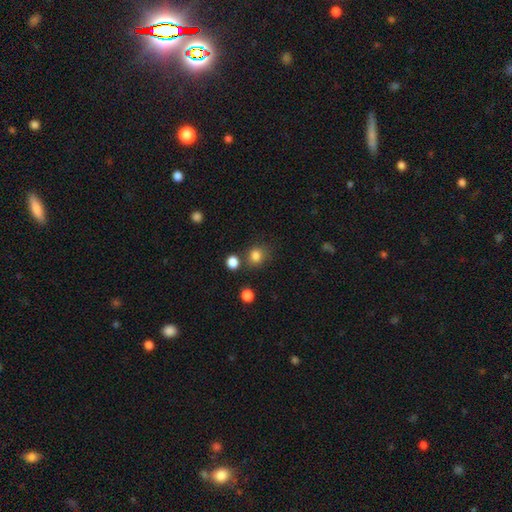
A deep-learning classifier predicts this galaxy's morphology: Smooth or featured? smooth (82%)
How rounded? round (73%)
Merging? none (72%)